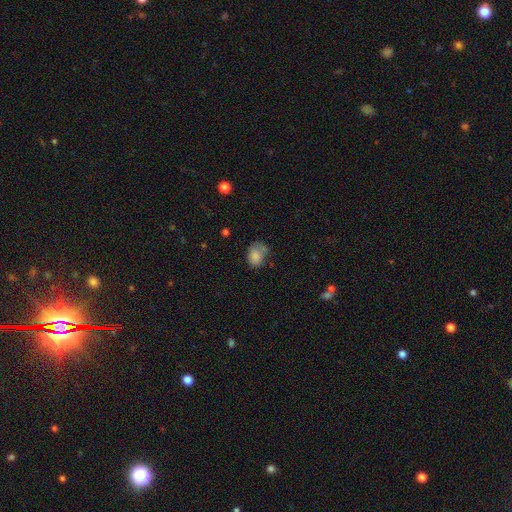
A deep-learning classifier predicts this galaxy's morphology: The model was most divided on "merging": none: 41%, minor disturbance: 31%, major disturbance: 21%, merger: 8%. More confident: smooth or featured — smooth (78%); how rounded — in between (65%).